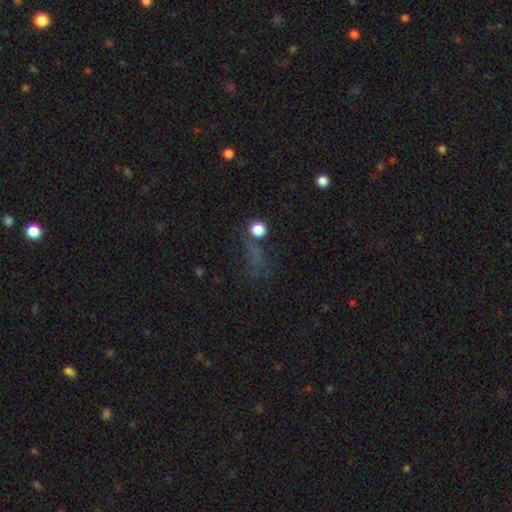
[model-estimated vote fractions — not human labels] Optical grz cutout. It shows a star or artifact, not a galaxy (45%).